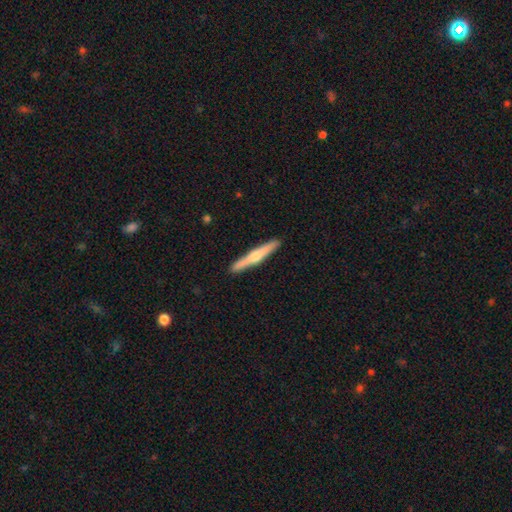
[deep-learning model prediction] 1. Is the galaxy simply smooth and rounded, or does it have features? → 60% featured or disk, 35% smooth, 5% star or artifact.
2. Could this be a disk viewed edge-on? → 97% yes, 3% no.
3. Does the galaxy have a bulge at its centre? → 86% rounded, 10% none, 4% boxy.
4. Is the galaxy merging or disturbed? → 92% none, 6% minor disturbance, 1% major disturbance, 1% merger.